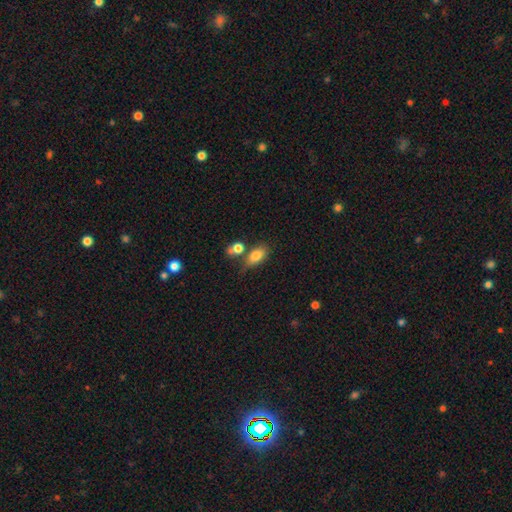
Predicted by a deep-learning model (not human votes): Smooth or featured? smooth (81%)
How rounded? in between (85%)
Merging? none (53%)